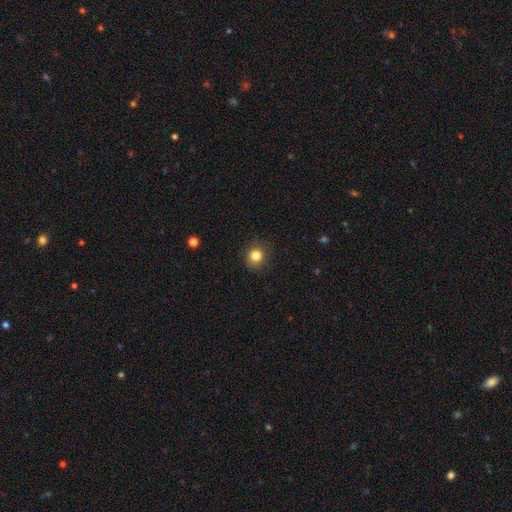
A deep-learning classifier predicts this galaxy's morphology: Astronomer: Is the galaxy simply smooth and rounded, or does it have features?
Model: smooth — 83%.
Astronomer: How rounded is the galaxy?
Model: round — 89%.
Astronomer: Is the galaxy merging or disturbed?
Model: none — 88%.